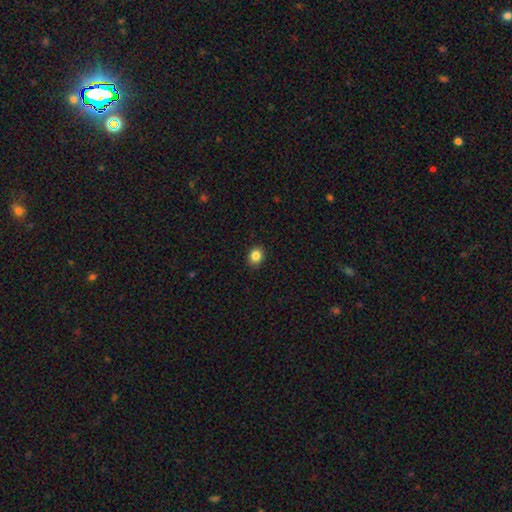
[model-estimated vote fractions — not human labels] Q: Smooth or featured?
A: smooth (85%); runner-up: star or artifact (10%)
Q: How rounded?
A: round (63%); runner-up: in between (36%)
Q: Merging?
A: none (90%); runner-up: minor disturbance (7%)